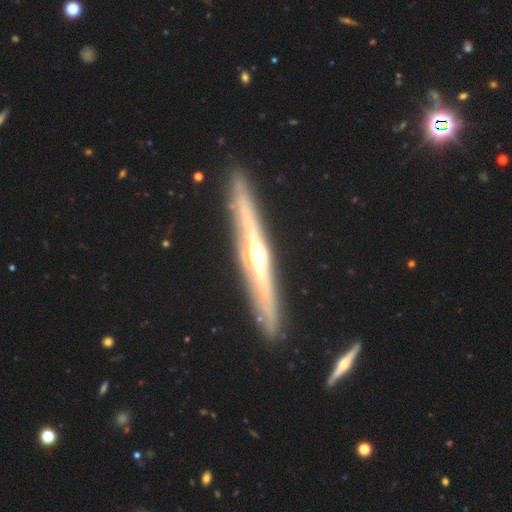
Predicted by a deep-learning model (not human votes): Overall: featured or disk (81%). Edge-on disk: yes (95%). Edge-on bulge: rounded (88%). Merging: none (90%).